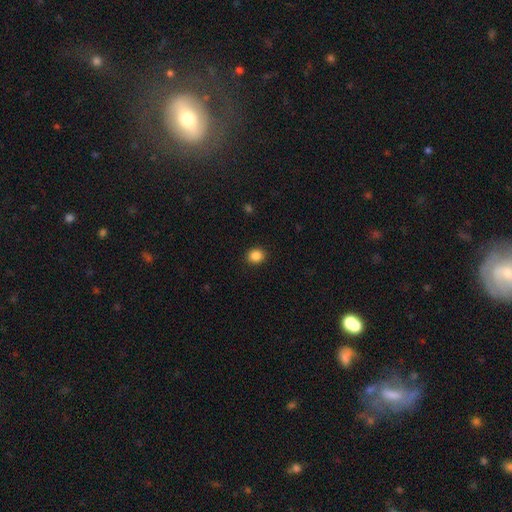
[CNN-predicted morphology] This is clearly a smooth galaxy (87%). How rounded: likely round (71%). Merging: clearly none (91%).